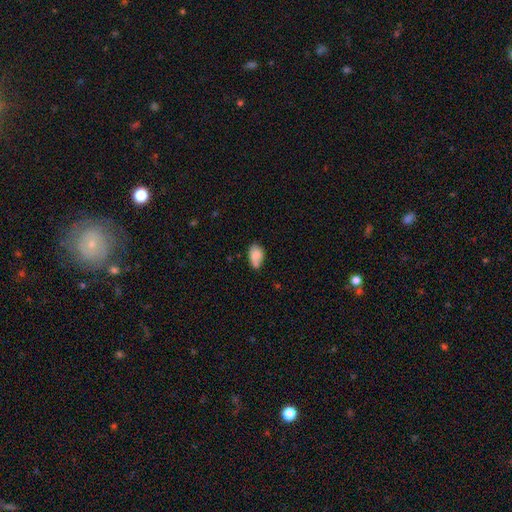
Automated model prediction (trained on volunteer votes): A smooth galaxy with no disk features (80%) that is in between round and cigar-shaped (86%).

Vote fractions:
- Smooth or featured? smooth: 80% / featured or disk: 12% / star or artifact: 8%
- How rounded? in between: 86% / round: 13% / cigar-shaped: 2%
- Merging? none: 49% / minor disturbance: 31% / merger: 13% / major disturbance: 7%